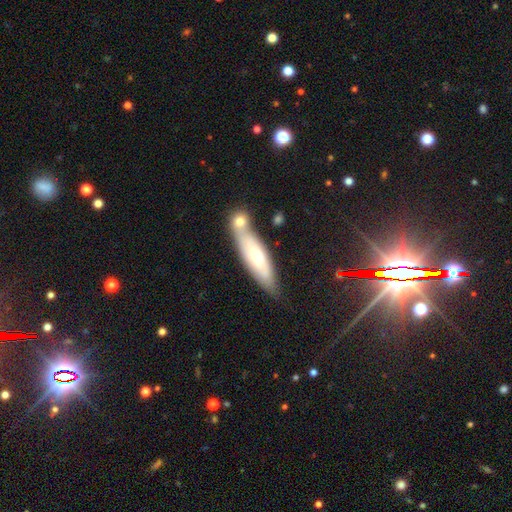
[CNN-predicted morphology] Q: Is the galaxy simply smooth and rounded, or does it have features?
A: smooth — 42%, tied with featured or disk.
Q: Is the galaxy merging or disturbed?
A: none — 63%.